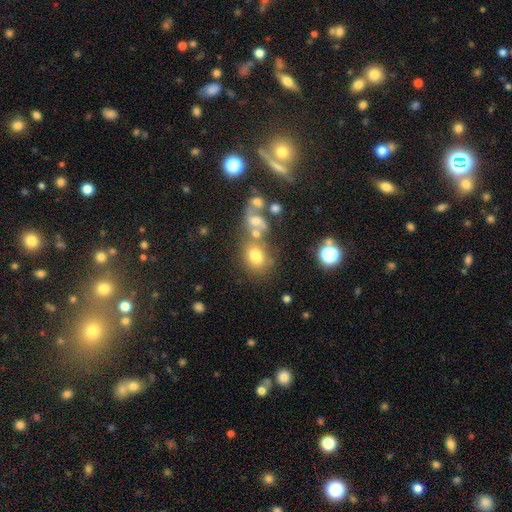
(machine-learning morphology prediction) Smooth or featured?
  - smooth: 67% *
  - featured or disk: 16%
  - star or artifact: 16%
How rounded?
  - in between: 51% *
  - round: 47%
  - cigar-shaped: 2%
Merging?
  - none: 42% *
  - merger: 36%
  - minor disturbance: 13%
  - major disturbance: 9%